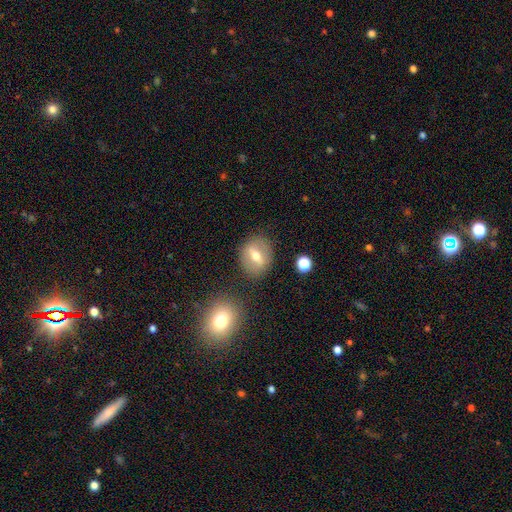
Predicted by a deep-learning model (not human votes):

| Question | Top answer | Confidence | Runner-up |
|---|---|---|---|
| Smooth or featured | smooth | 46% | featured or disk (45%) |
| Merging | none | 83% | minor disturbance (10%) |